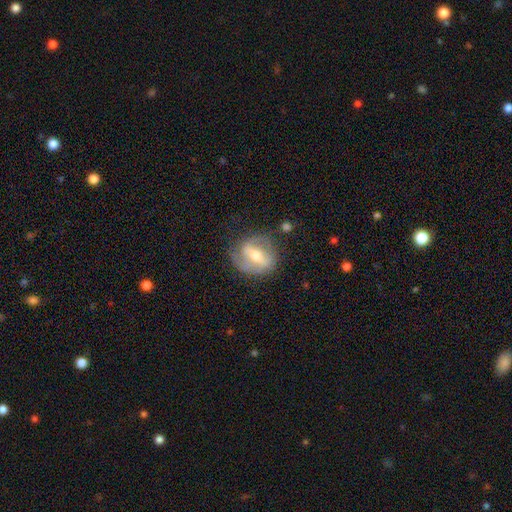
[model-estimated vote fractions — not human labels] smooth_or_featured: featured or disk (p=0.69) [alt: smooth p=0.25]
disk_edge_on: no (p=0.93) [alt: yes p=0.07]
bar: strong (p=0.56) [alt: weak p=0.32]
has_spiral_arms: yes (p=0.65) [alt: no p=0.35]
bulge_size: moderate (p=0.64) [alt: small p=0.26]
merging: none (p=0.71) [alt: minor disturbance p=0.18]